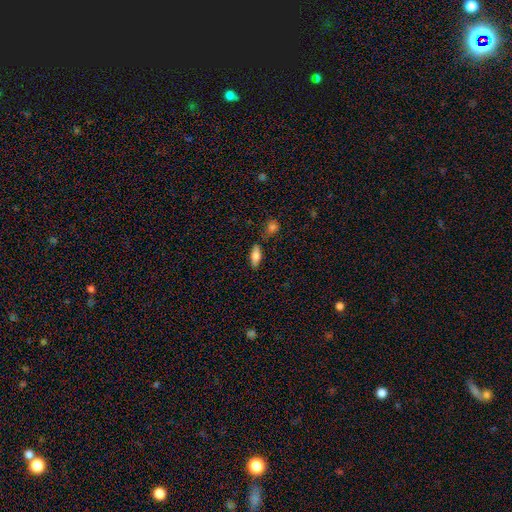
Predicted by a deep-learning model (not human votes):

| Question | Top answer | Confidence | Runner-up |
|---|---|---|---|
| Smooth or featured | smooth | 75% | featured or disk (18%) |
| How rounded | in between | 73% | cigar-shaped (24%) |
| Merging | none | 76% | minor disturbance (14%) |